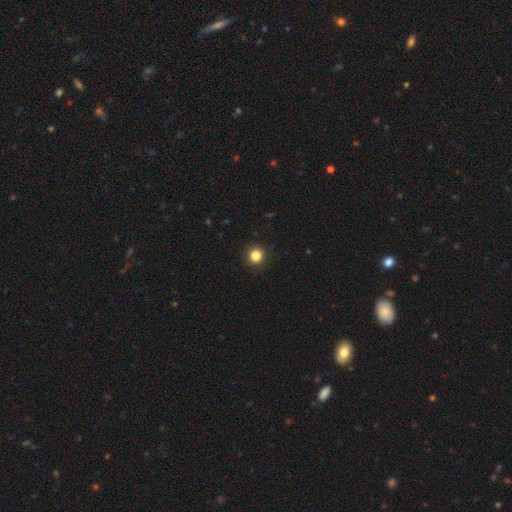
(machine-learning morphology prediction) Q: Smooth or featured?
A: smooth (84%); runner-up: star or artifact (12%)
Q: How rounded?
A: round (95%); runner-up: in between (4%)
Q: Merging?
A: none (93%); runner-up: minor disturbance (4%)